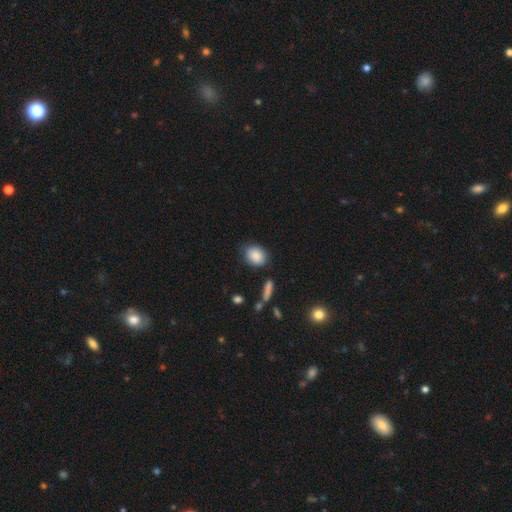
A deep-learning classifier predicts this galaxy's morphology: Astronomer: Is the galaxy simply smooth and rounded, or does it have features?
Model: smooth — 87%.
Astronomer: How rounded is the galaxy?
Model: in between — 61% (runner-up: round, 37%).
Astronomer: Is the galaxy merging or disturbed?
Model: none — 77%.